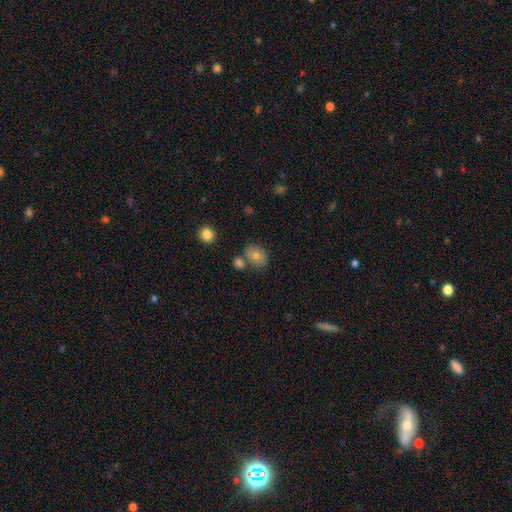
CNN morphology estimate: A smooth galaxy with no disk features (70%) that is in between round and cigar-shaped (54%). Merging: none (67%).